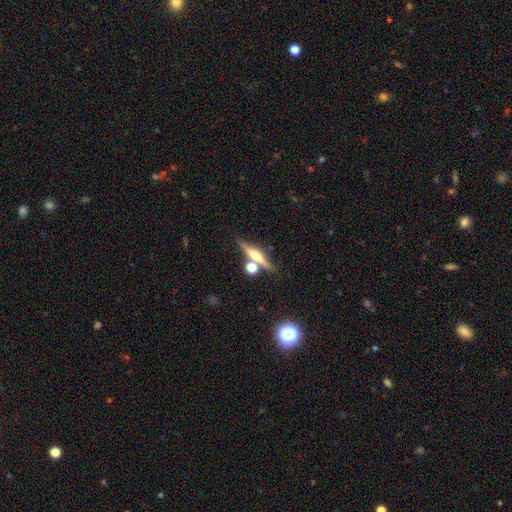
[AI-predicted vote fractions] featured or disk 60%, smooth 31%, star or artifact 9%. Down the decision tree: edge-on disk — yes (95%); edge-on bulge — rounded (84%); merging — none (71%).